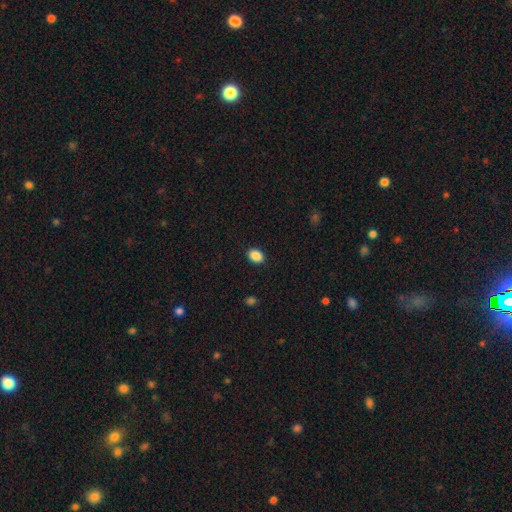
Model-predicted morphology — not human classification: This is clearly a smooth galaxy (88%). How rounded: likely in between (72%). Merging: clearly none (90%).